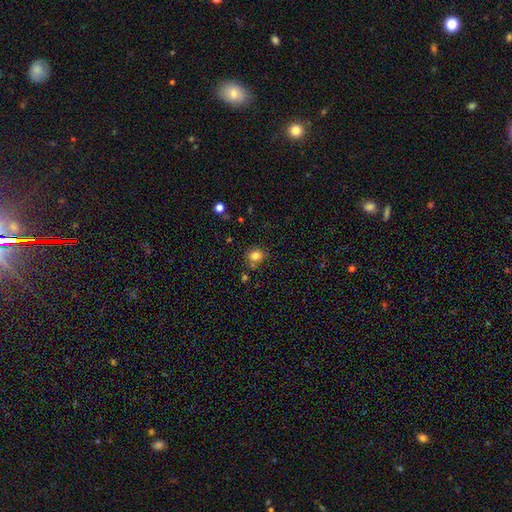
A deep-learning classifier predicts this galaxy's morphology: Q: Smooth or featured?
A: smooth (81%); runner-up: star or artifact (13%)
Q: How rounded?
A: round (70%); runner-up: in between (29%)
Q: Merging?
A: none (71%); runner-up: minor disturbance (16%)